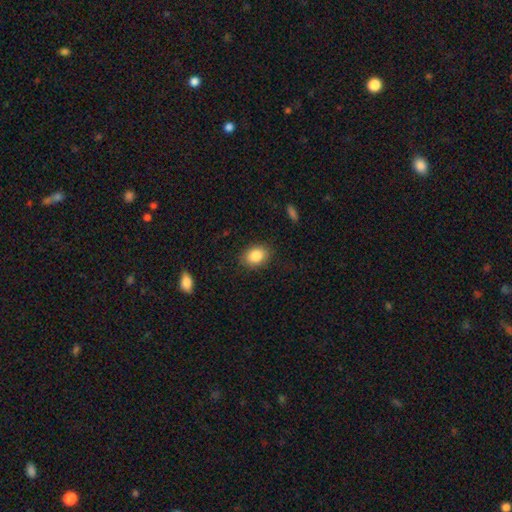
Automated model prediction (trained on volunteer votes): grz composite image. It shows a smooth galaxy with no disk features (85%) that is in between round and cigar-shaped (71%). Merging: none (85%).